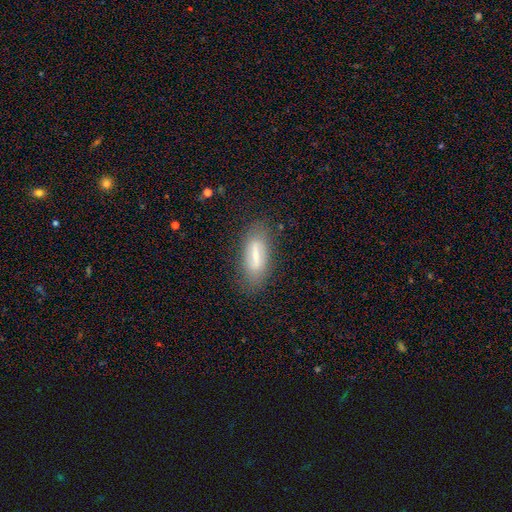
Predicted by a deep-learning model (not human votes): smooth-or-featured: smooth: 49% | featured or disk: 42% | star or artifact: 9%
  merging: none: 78% | minor disturbance: 15% | major disturbance: 5% | merger: 2%